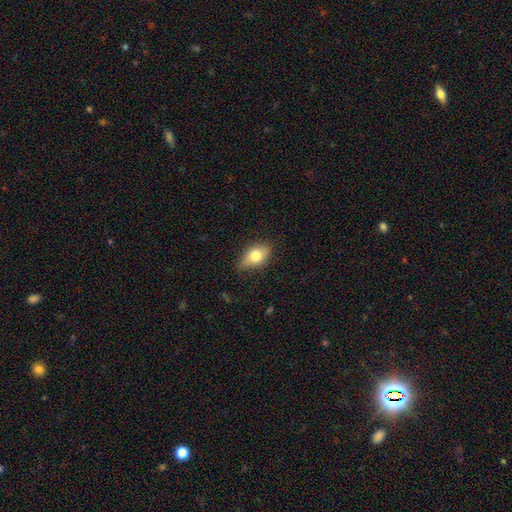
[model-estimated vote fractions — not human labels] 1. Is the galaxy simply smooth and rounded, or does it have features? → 74% smooth, 18% featured or disk, 7% star or artifact.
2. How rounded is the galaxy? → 85% in between, 10% round, 5% cigar-shaped.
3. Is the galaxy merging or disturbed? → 78% none, 18% minor disturbance, 3% major disturbance, 1% merger.